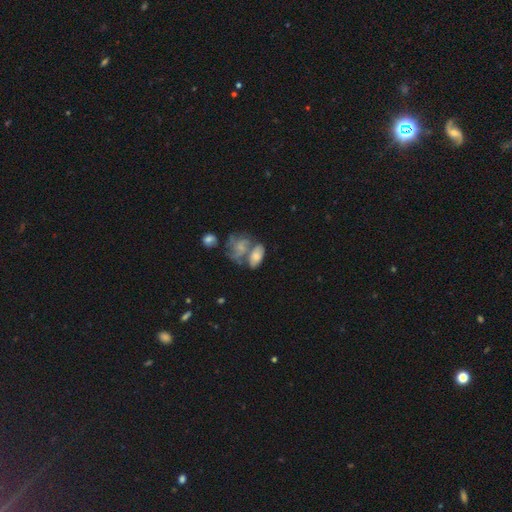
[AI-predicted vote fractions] Overall: smooth (54%; featured or disk 35%). How rounded: in between (87%). Merging: merger (45%; none 31%).